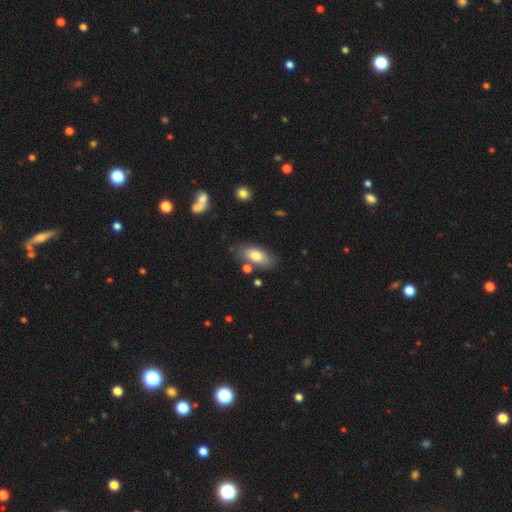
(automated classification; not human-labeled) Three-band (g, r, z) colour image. It shows a smooth galaxy with no disk features (76%) that is in between round and cigar-shaped (88%). Merging: none (73%).